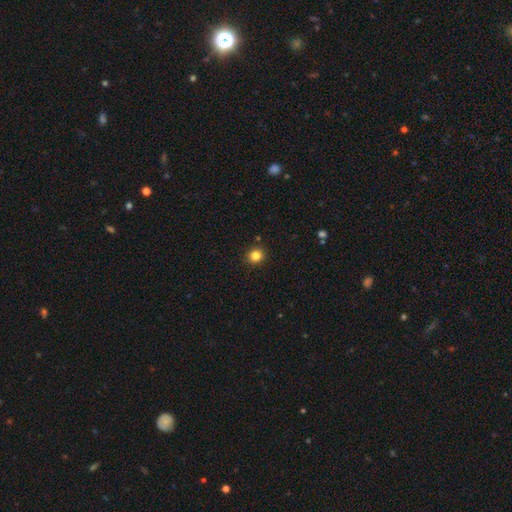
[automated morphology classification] This is clearly a smooth galaxy (83%). How rounded: clearly round (89%). Merging: clearly none (92%).